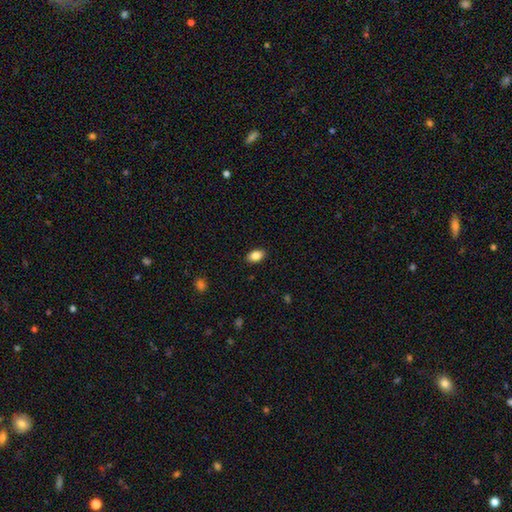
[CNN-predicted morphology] Smooth or featured: smooth — 86% (star or artifact — 8%)
How rounded: in between — 88% (round — 10%)
Merging: none — 89% (minor disturbance — 8%)